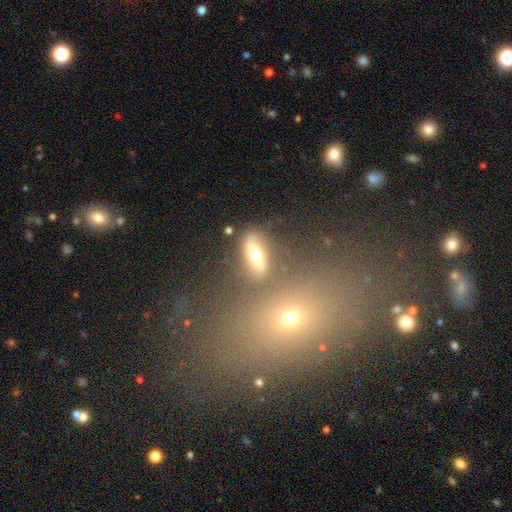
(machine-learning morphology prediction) Smooth or featured?
  - smooth: 53% *
  - featured or disk: 34%
  - star or artifact: 13%
How rounded?
  - in between: 71% *
  - cigar-shaped: 18%
  - round: 11%
Merging?
  - none: 69% *
  - minor disturbance: 13%
  - merger: 10%
  - major disturbance: 7%